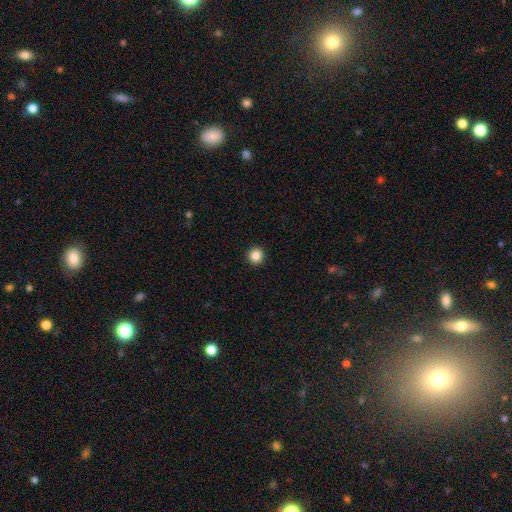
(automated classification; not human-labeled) smooth-or-featured: smooth: 86% | star or artifact: 10% | featured or disk: 4%
  how-rounded: round: 96% | in between: 3% | cigar-shaped: 1%
  merging: none: 94% | minor disturbance: 4% | major disturbance: 1% | merger: 1%